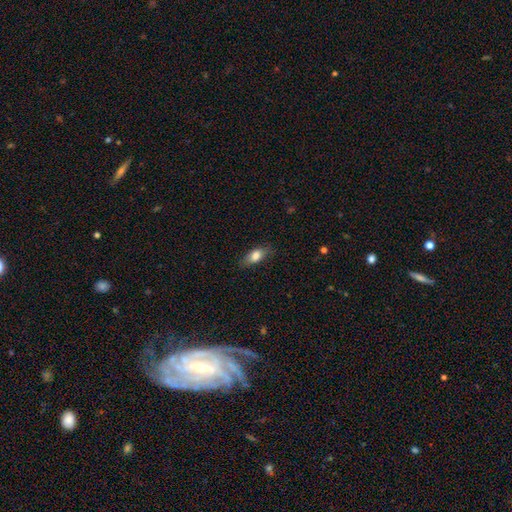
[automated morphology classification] smooth_or_featured: smooth (p=0.78) [alt: featured or disk p=0.14]
how_rounded: in between (p=0.80) [alt: cigar-shaped p=0.15]
merging: none (p=0.78) [alt: minor disturbance p=0.17]